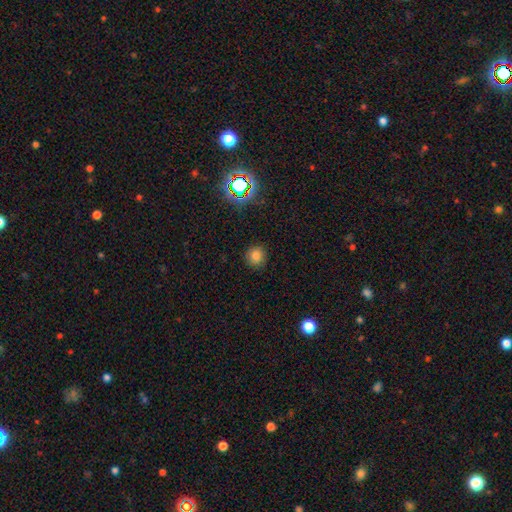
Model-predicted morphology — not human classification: type=smooth (79%); roundness=round (92%); merging=none (88%).